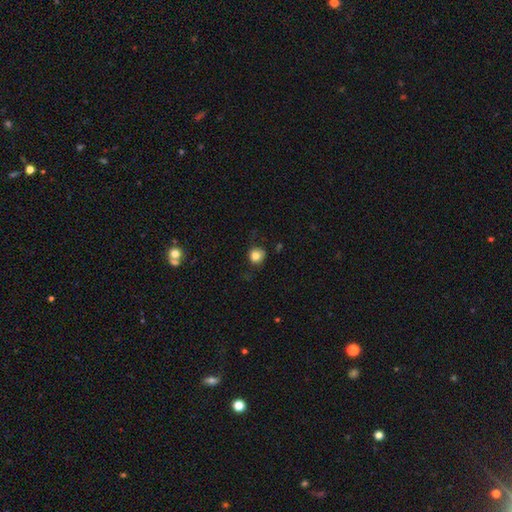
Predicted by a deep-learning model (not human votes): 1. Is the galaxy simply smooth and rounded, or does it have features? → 82% smooth, 11% star or artifact, 7% featured or disk.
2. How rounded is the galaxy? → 85% round, 14% in between, 1% cigar-shaped.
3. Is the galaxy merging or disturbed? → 67% none, 23% minor disturbance, 8% major disturbance, 2% merger.